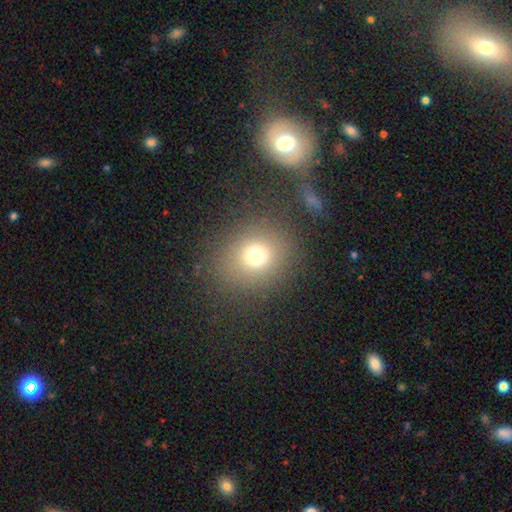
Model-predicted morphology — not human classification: Smooth or featured: smooth — 72% (star or artifact — 18%)
How rounded: round — 78% (in between — 21%)
Merging: none — 81% (minor disturbance — 9%)